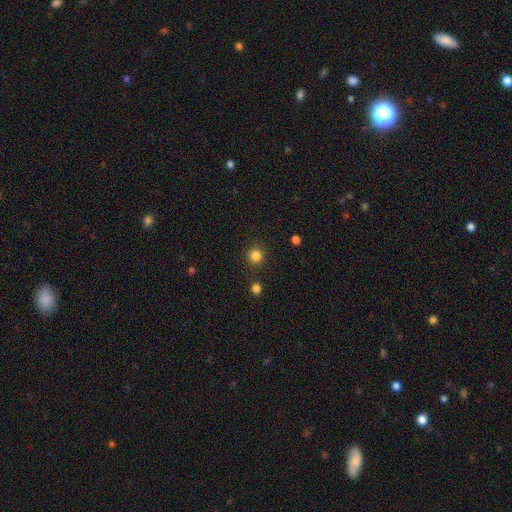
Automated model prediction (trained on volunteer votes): Q: Smooth or featured?
A: smooth (83%); runner-up: star or artifact (13%)
Q: How rounded?
A: round (94%); runner-up: in between (5%)
Q: Merging?
A: none (89%); runner-up: minor disturbance (6%)